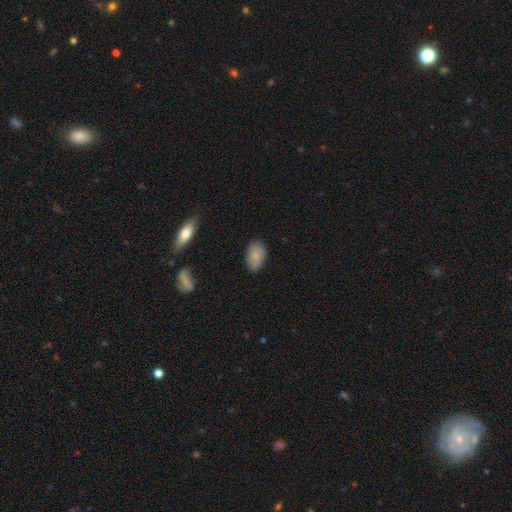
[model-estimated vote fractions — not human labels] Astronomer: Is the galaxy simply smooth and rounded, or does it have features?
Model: smooth — 83%.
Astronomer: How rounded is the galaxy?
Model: in between — 92%.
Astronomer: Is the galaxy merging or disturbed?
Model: none — 84%.